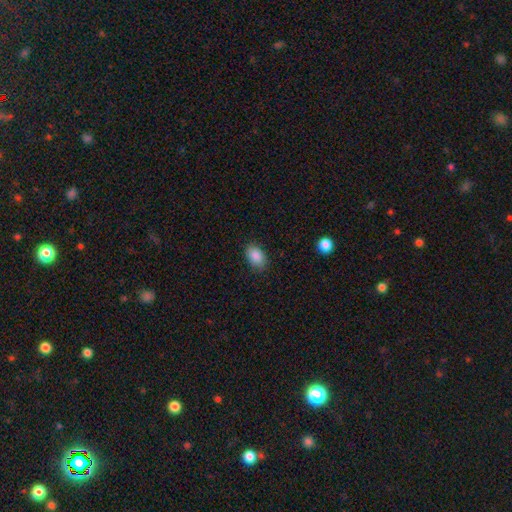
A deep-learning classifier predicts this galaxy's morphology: Q: Smooth or featured?
A: smooth (88%); runner-up: star or artifact (8%)
Q: How rounded?
A: in between (87%); runner-up: round (12%)
Q: Merging?
A: none (84%); runner-up: minor disturbance (12%)